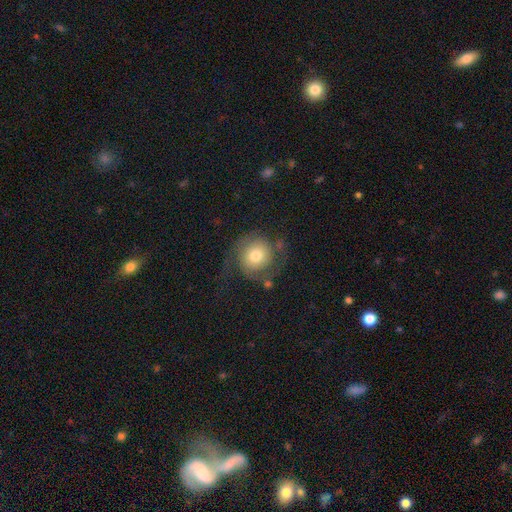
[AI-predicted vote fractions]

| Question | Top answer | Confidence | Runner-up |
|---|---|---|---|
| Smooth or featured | featured or disk | 54% | smooth (38%) |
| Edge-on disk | no | 97% | yes (3%) |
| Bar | no | 79% | weak (17%) |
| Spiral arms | yes | 85% | no (15%) |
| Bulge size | moderate | 63% | small (19%) |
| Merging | none | 58% | major disturbance (20%) |